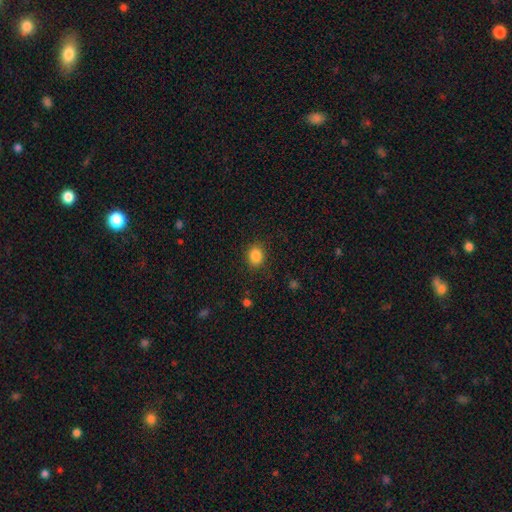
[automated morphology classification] Overall: smooth (86%). How rounded: round (62%; in between 37%). Merging: none (85%).